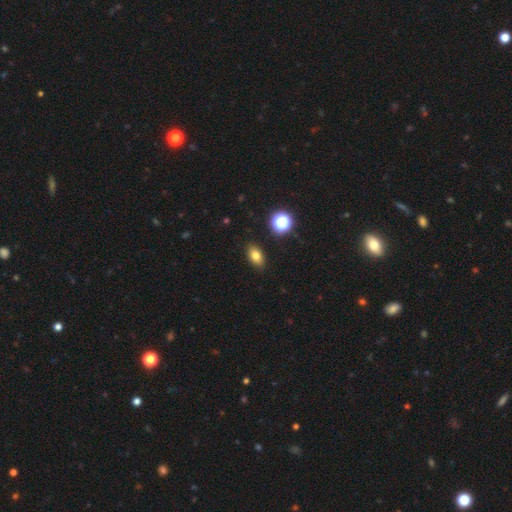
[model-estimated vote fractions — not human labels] The model was most divided on "smooth or featured": smooth: 78%, star or artifact: 12%, featured or disk: 10%. More confident: merging — none (89%); how rounded — in between (85%).